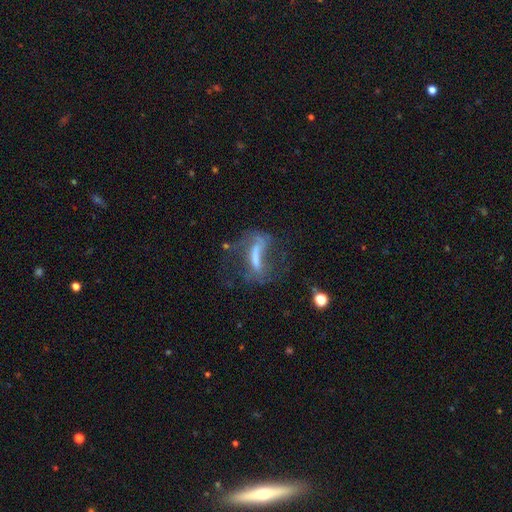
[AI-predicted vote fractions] Morphology: type=featured or disk (61%); edge-on=no (81%); merging=none (39%).